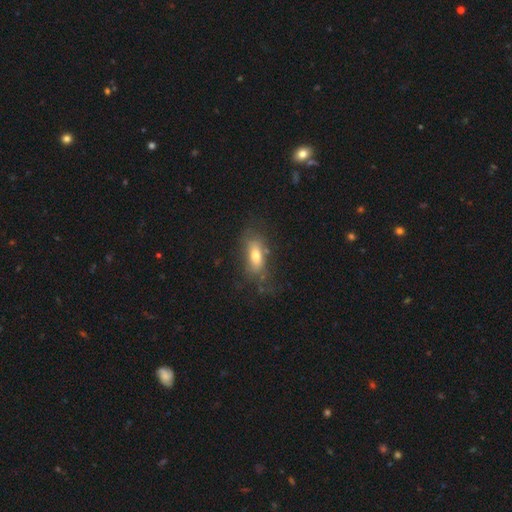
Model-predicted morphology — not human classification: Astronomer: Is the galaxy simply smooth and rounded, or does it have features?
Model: smooth — 62%.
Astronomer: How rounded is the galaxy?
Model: in between — 78%.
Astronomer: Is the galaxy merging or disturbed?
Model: none — 57%.